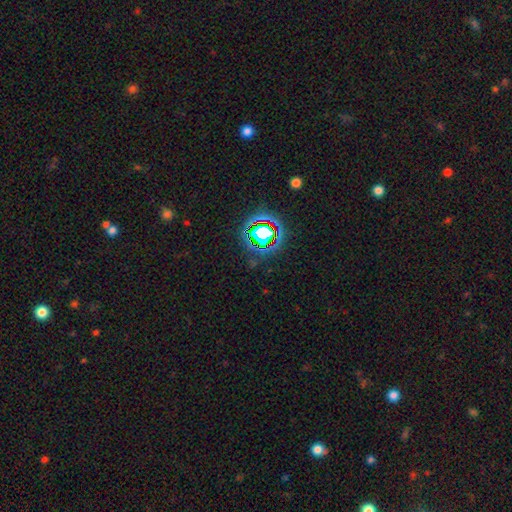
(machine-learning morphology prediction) smooth-or-featured: star or artifact: 77% | smooth: 14% | featured or disk: 9%